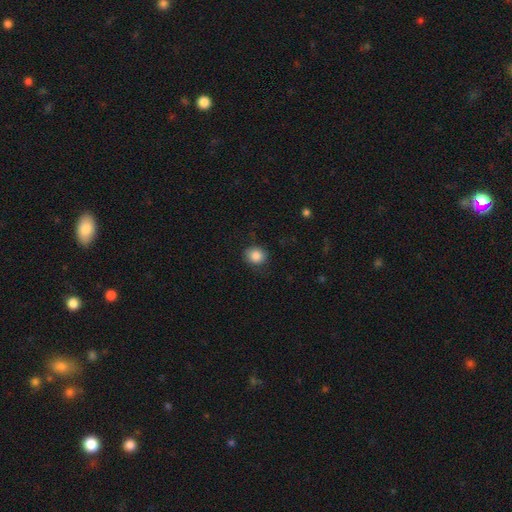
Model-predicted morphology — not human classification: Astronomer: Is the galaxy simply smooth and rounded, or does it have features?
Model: smooth — 86%.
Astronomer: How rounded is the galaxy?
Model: round — 77%.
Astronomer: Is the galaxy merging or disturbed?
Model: none — 84%.